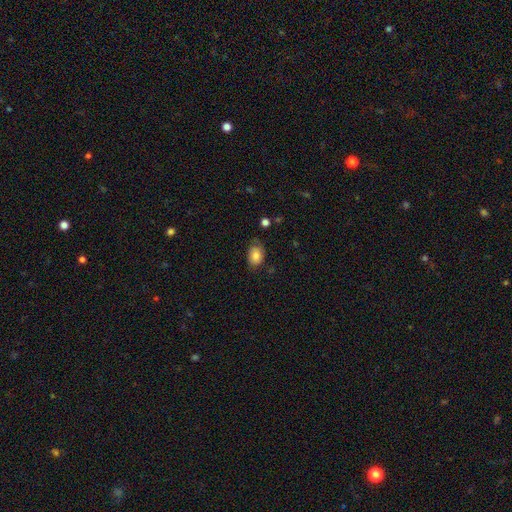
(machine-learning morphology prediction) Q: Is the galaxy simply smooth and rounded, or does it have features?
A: smooth — 78%.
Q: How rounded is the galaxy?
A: in between — 78%.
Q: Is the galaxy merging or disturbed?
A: none — 59%.